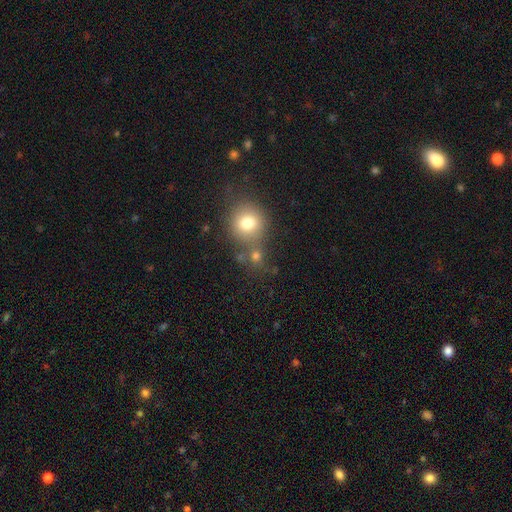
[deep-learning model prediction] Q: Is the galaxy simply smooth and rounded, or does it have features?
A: smooth — 69%.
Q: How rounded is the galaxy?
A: round — 82%.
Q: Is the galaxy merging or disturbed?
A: none — 58%.